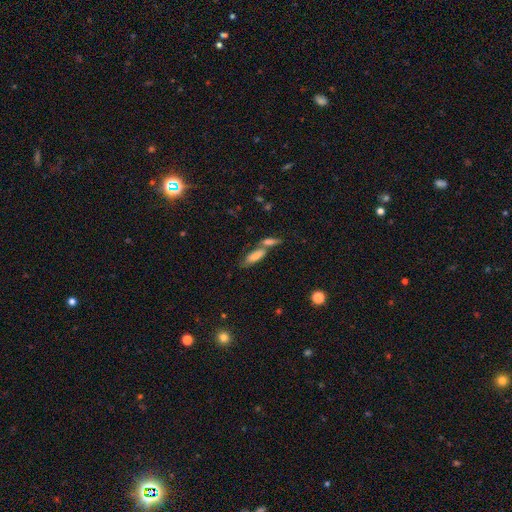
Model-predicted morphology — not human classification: Q: Smooth or featured?
A: smooth (76%); runner-up: featured or disk (16%)
Q: How rounded?
A: in between (60%); runner-up: cigar-shaped (38%)
Q: Merging?
A: merger (47%); runner-up: none (39%)